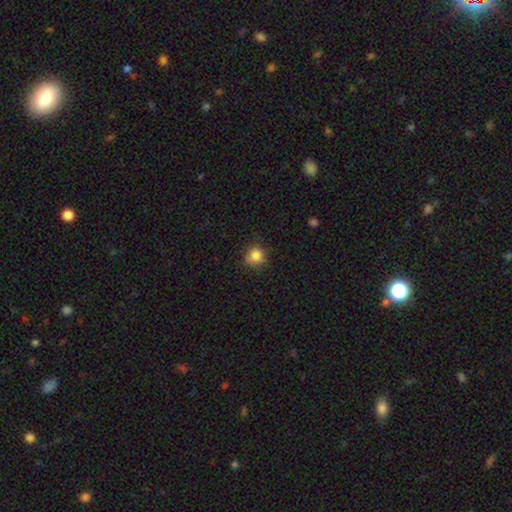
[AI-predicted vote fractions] This appears to be a smooth galaxy with no disk features (84%) that is round (86%). Merging: none (79%).